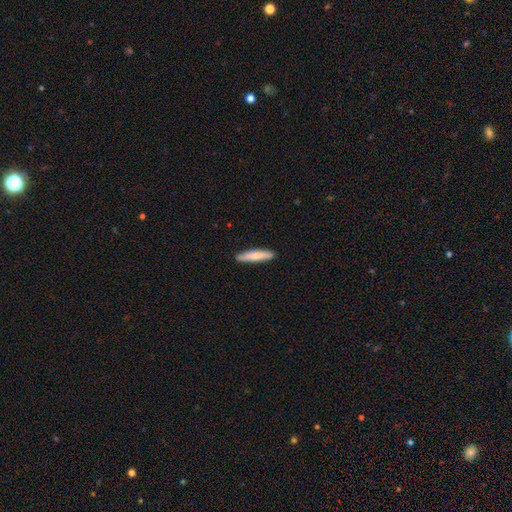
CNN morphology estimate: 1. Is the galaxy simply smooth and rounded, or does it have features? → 72% smooth, 23% featured or disk, 5% star or artifact.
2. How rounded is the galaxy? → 88% cigar-shaped, 11% in between, 1% round.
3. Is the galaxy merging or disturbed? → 89% none, 8% minor disturbance, 1% major disturbance, 1% merger.